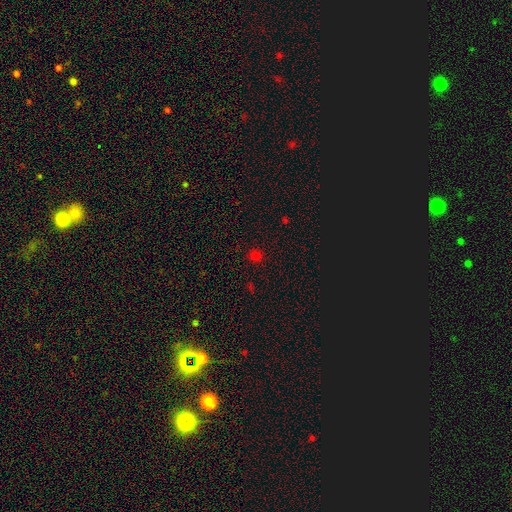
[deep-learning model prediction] Smooth or featured? Predicted: smooth (p=0.73). How rounded? Predicted: round (p=0.91). Merging? Predicted: none (p=0.91).